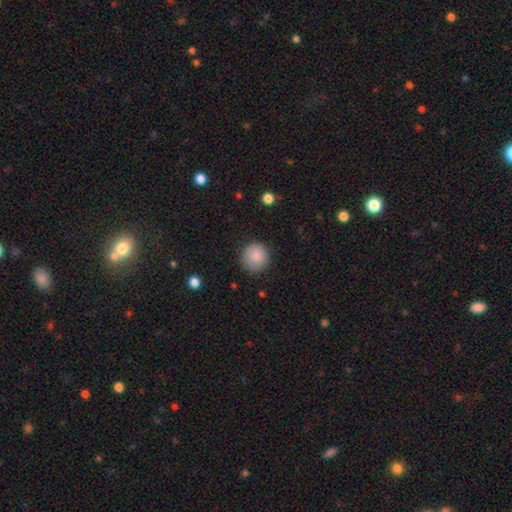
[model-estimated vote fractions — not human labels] This appears to be a smooth galaxy with no disk features (86%) that is round (93%). Merging: none (87%).